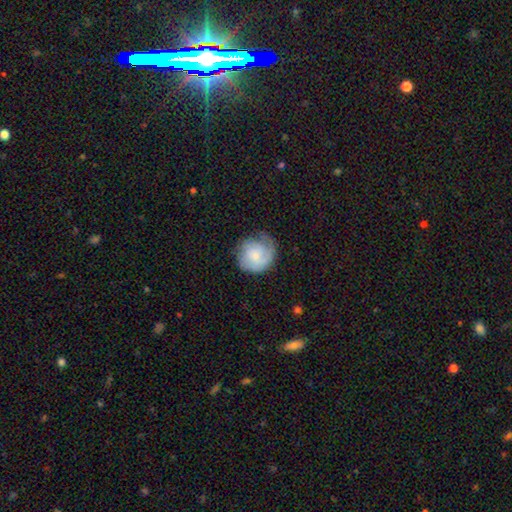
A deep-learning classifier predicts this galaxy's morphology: Q: Smooth or featured?
A: smooth (49%); runner-up: featured or disk (44%)
Q: Merging?
A: none (61%); runner-up: minor disturbance (25%)